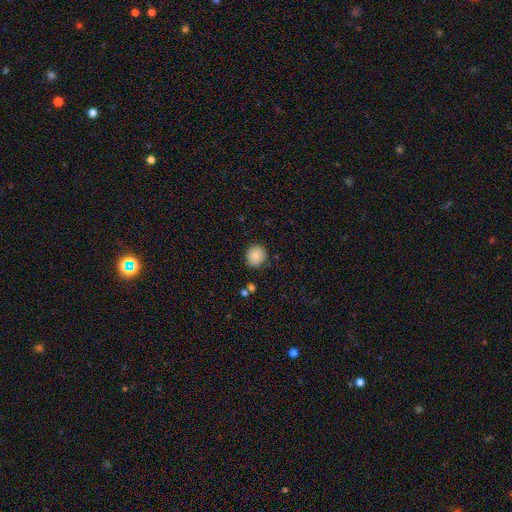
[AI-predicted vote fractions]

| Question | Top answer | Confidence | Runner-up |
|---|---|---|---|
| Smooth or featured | smooth | 85% | star or artifact (9%) |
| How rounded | round | 82% | in between (17%) |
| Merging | none | 85% | minor disturbance (11%) |